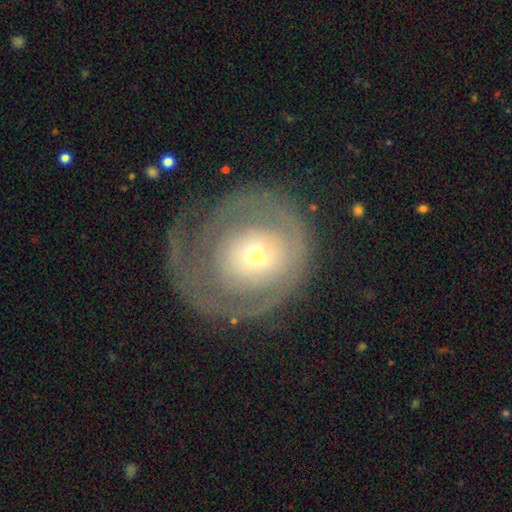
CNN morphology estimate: Q: Smooth or featured?
A: featured or disk (66%); runner-up: smooth (27%)
Q: Edge-on disk?
A: no (96%); runner-up: yes (4%)
Q: Bar?
A: no (82%); runner-up: weak (14%)
Q: Spiral arms?
A: yes (62%); runner-up: no (38%)
Q: Bulge size?
A: moderate (48%); runner-up: small (42%)
Q: Merging?
A: none (56%); runner-up: major disturbance (23%)